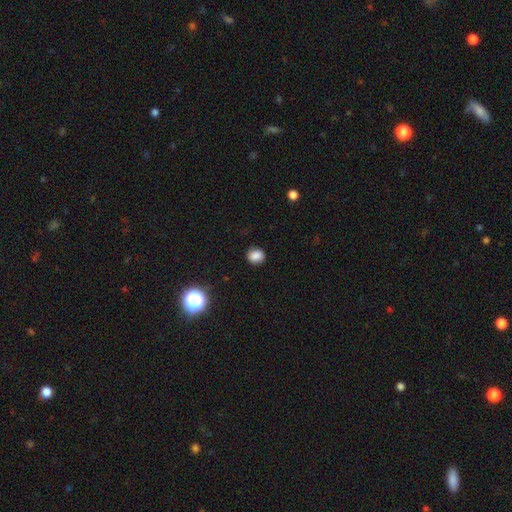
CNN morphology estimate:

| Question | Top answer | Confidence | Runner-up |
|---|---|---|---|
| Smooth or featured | smooth | 83% | star or artifact (12%) |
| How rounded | round | 60% | in between (39%) |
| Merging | none | 85% | minor disturbance (11%) |